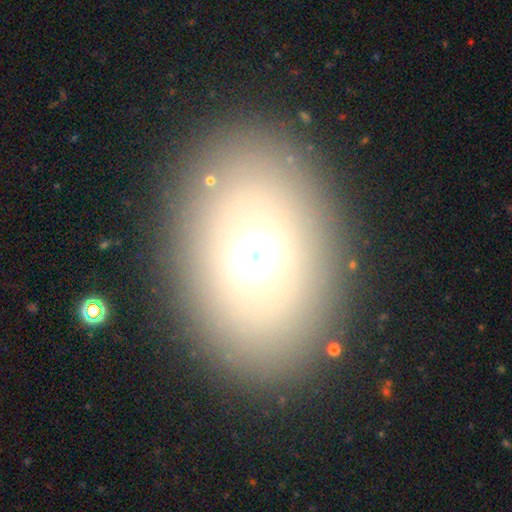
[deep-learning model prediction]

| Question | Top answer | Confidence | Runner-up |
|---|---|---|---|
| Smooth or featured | smooth | 53% | featured or disk (30%) |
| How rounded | in between | 75% | round (24%) |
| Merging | none | 83% | minor disturbance (9%) |